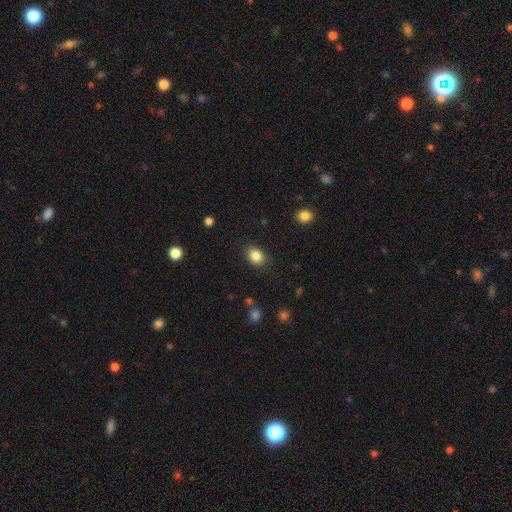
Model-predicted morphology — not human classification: Smooth or featured? smooth (86%)
How rounded? in between (64%)
Merging? none (85%)